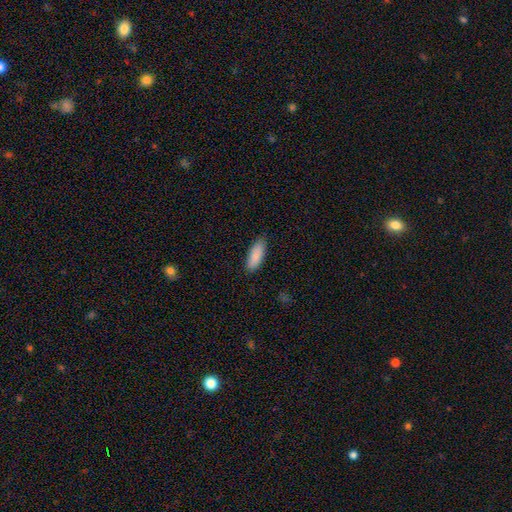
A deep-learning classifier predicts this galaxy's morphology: Overall: smooth (89%). How rounded: in between (69%). Merging: none (86%).